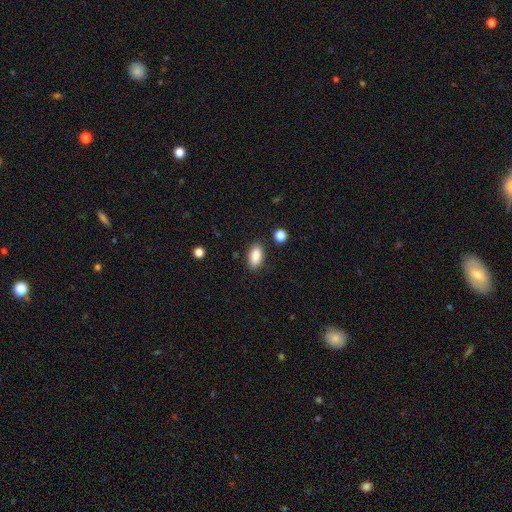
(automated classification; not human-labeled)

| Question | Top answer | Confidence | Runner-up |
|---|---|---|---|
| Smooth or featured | smooth | 88% | star or artifact (8%) |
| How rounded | in between | 92% | round (4%) |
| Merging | none | 85% | minor disturbance (10%) |